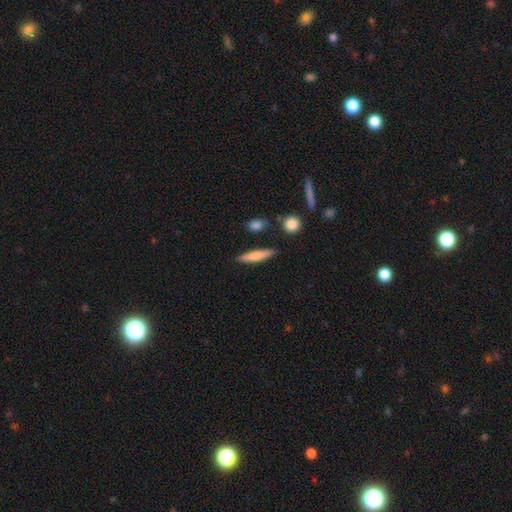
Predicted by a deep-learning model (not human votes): Smooth or featured: smooth — 72% (featured or disk — 22%)
How rounded: cigar-shaped — 83% (in between — 15%)
Merging: none — 84% (minor disturbance — 10%)